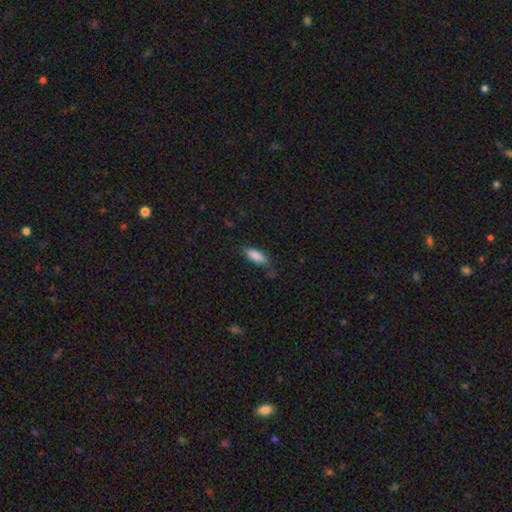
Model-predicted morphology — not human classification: This appears to be a smooth galaxy with no disk features (86%) that is in between round and cigar-shaped (73%). Merging: none (65%).